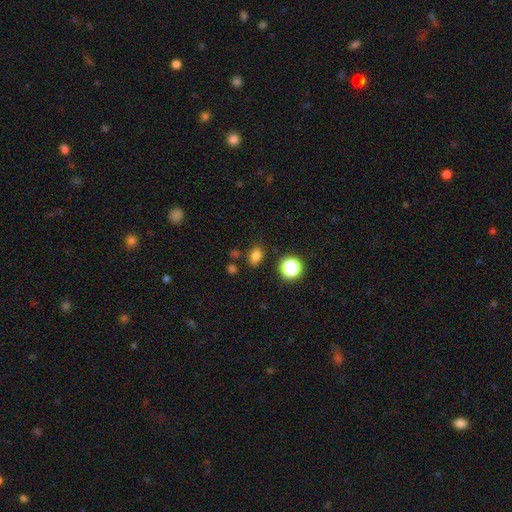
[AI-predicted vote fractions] Overall: smooth (78%). How rounded: in between (64%; round 35%). Merging: none (80%).